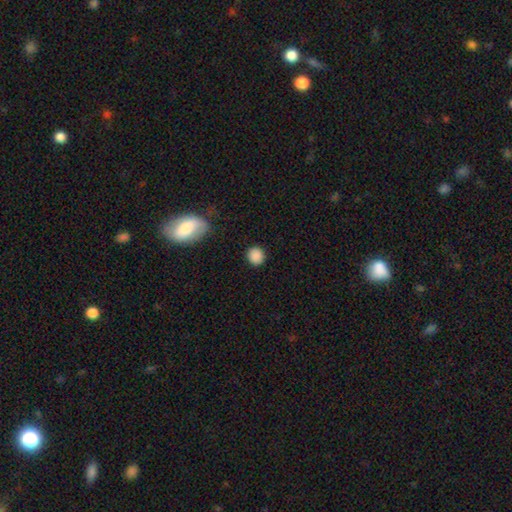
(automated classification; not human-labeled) A smooth galaxy with no disk features (87%) that is round (88%).

Vote fractions:
- Smooth or featured? smooth: 87% / star or artifact: 10% / featured or disk: 4%
- How rounded? round: 88% / in between: 11% / cigar-shaped: 1%
- Merging? none: 89% / minor disturbance: 7% / major disturbance: 2% / merger: 2%